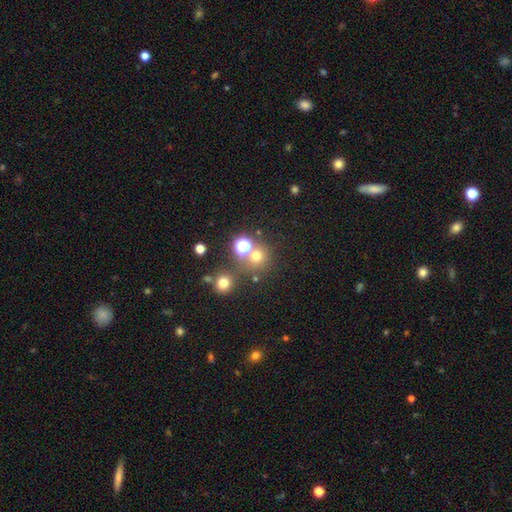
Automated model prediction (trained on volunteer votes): Morphology: type=smooth (64%); roundness=round (90%); merging=none (71%).